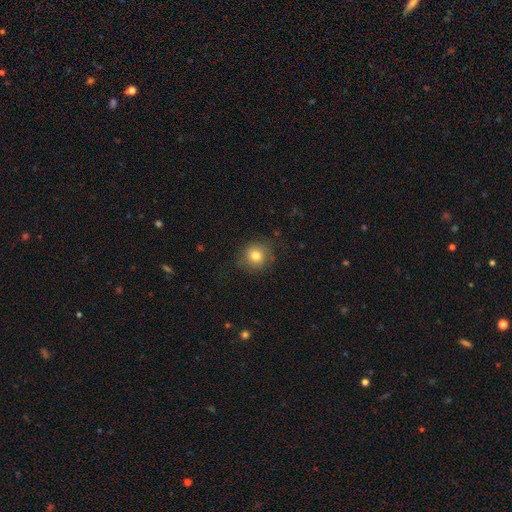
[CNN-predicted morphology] Overall: smooth (78%). How rounded: round (88%). Merging: none (80%).